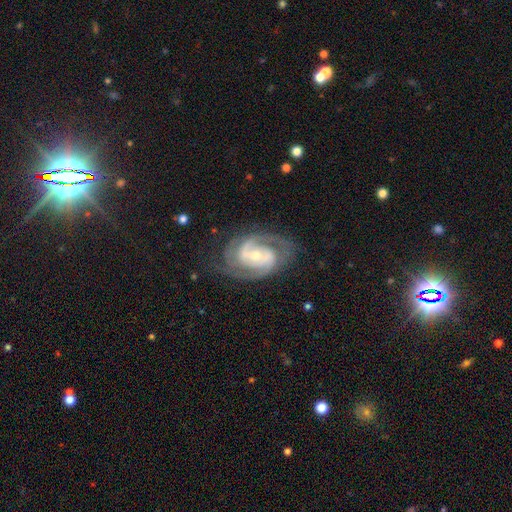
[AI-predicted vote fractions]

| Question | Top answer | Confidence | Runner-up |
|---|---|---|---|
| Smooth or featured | featured or disk | 90% | smooth (5%) |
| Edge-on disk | no | 97% | yes (3%) |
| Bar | weak | 42% | no (32%) |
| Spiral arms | yes | 97% | no (3%) |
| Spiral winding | tight | 49% | medium (43%) |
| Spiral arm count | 2 | 68% | 3 (16%) |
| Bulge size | moderate | 49% | small (47%) |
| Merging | none | 73% | minor disturbance (17%) |